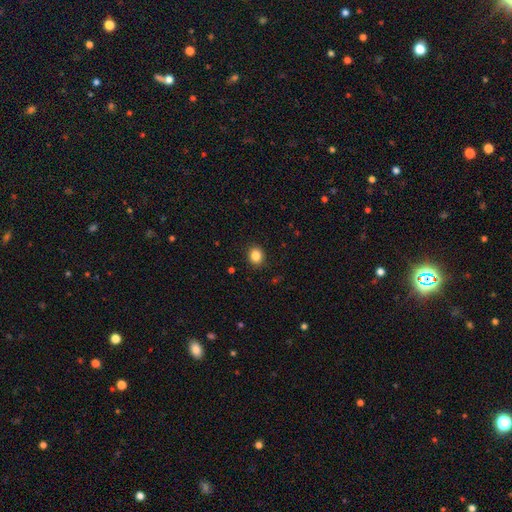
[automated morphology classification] This is clearly a smooth galaxy (85%). How rounded: likely round (71%). Merging: clearly none (90%).